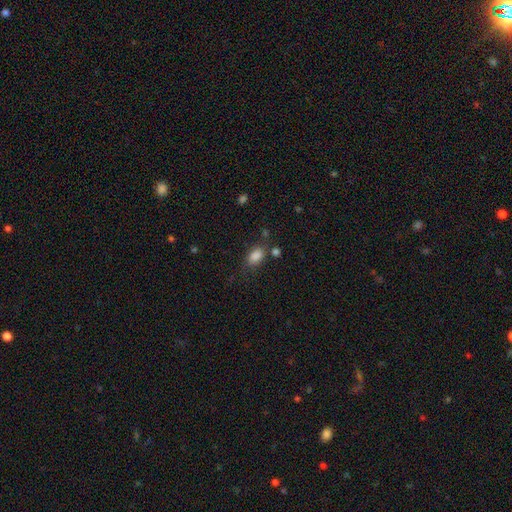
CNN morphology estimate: Overall: smooth (85%). How rounded: in between (84%). Merging: none (65%).